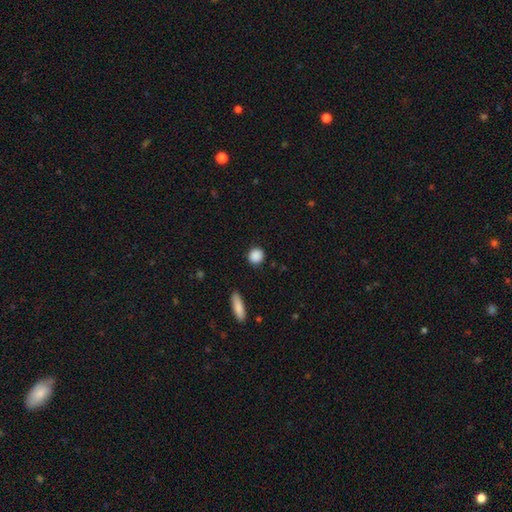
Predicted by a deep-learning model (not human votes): Morphology: type=smooth (88%); roundness=round (87%); merging=none (89%).